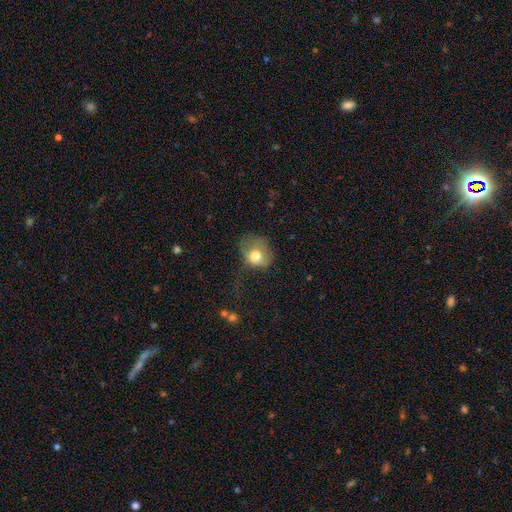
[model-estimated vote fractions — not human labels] Q: Smooth or featured?
A: smooth (72%); runner-up: featured or disk (18%)
Q: How rounded?
A: round (58%); runner-up: in between (41%)
Q: Merging?
A: none (33%); runner-up: major disturbance (32%)